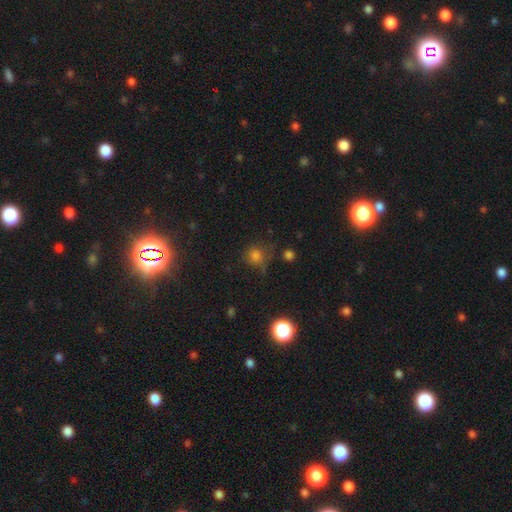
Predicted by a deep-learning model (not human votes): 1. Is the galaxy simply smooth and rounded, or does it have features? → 68% smooth, 23% star or artifact, 9% featured or disk.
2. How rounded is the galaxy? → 81% round, 18% in between, 1% cigar-shaped.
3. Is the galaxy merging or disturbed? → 61% none, 21% minor disturbance, 13% major disturbance, 4% merger.